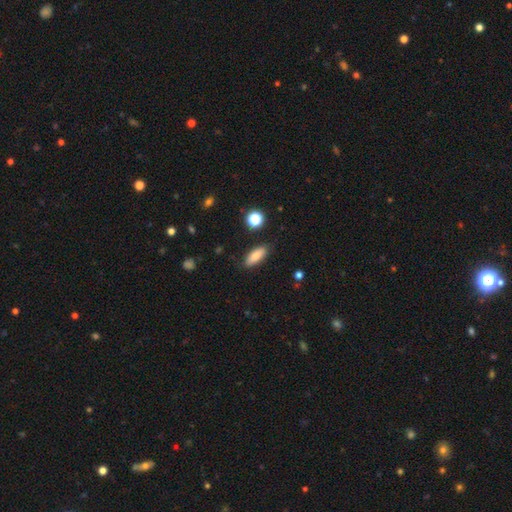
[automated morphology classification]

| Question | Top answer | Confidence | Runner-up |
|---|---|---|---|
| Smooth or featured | smooth | 79% | featured or disk (13%) |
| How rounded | in between | 72% | cigar-shaped (25%) |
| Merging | none | 85% | minor disturbance (11%) |